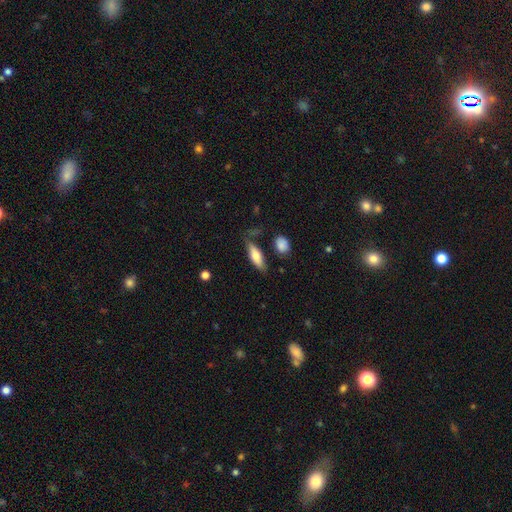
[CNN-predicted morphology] A smooth galaxy with no disk features (69%) that is in between round and cigar-shaped (55%). Merging: none (71%).